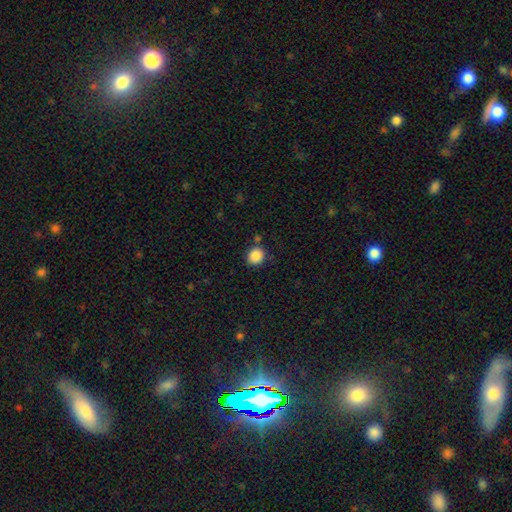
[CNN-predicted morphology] A smooth galaxy with no disk features (87%) that is round (81%).

Vote fractions:
- Smooth or featured? smooth: 87% / star or artifact: 9% / featured or disk: 3%
- How rounded? round: 81% / in between: 18% / cigar-shaped: 1%
- Merging? none: 82% / minor disturbance: 10% / merger: 4% / major disturbance: 3%